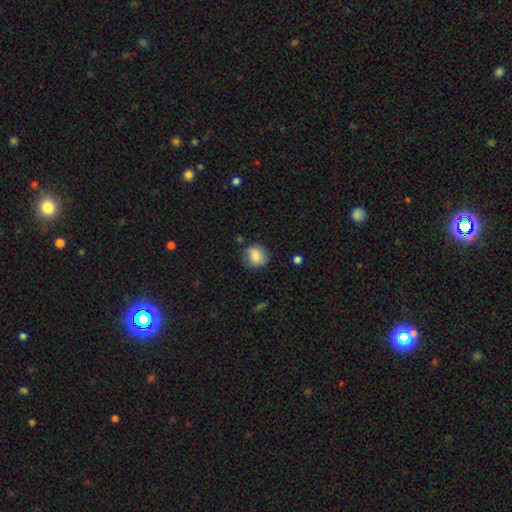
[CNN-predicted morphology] This is clearly a smooth galaxy (82%). How rounded: likely round (77%). Merging: likely none (76%).